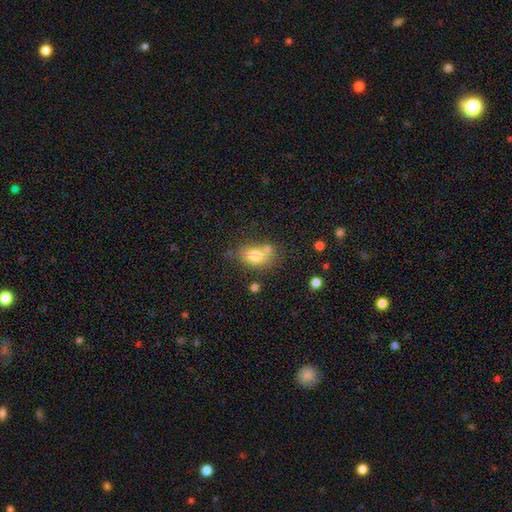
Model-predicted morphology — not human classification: Smooth or featured? smooth (75%)
How rounded? in between (70%)
Merging? none (50%)